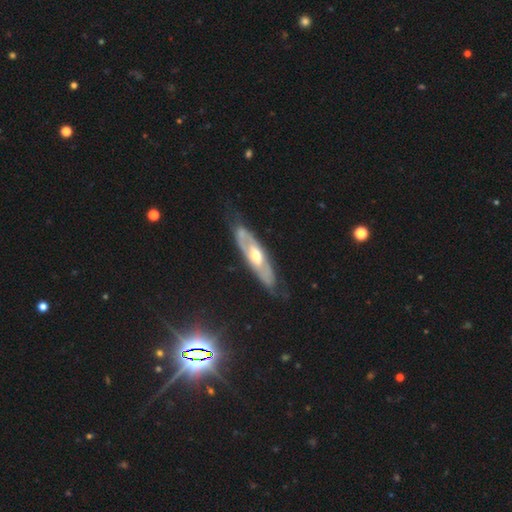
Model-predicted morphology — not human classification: type=featured or disk (71%); edge-on=no (66%); merging=none (68%).